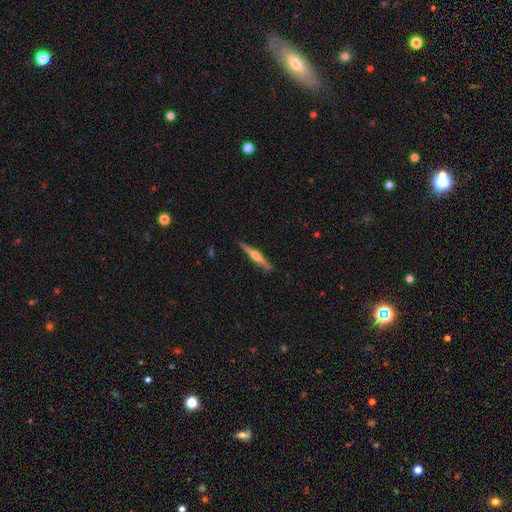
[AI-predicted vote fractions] smooth-or-featured: featured or disk: 69% | smooth: 25% | star or artifact: 6%
  disk-edge-on: yes: 98% | no: 2%
    edge-on-bulge: rounded: 84% | boxy: 9% | none: 6%
  merging: none: 88% | minor disturbance: 9% | major disturbance: 2% | merger: 1%